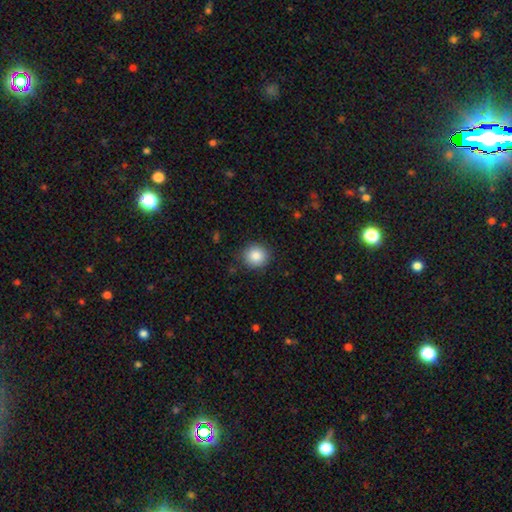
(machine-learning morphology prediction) Smooth or featured?
  - smooth: 86% *
  - star or artifact: 9%
  - featured or disk: 5%
How rounded?
  - round: 90% *
  - in between: 9%
  - cigar-shaped: 1%
Merging?
  - none: 88% *
  - minor disturbance: 9%
  - major disturbance: 2%
  - merger: 1%